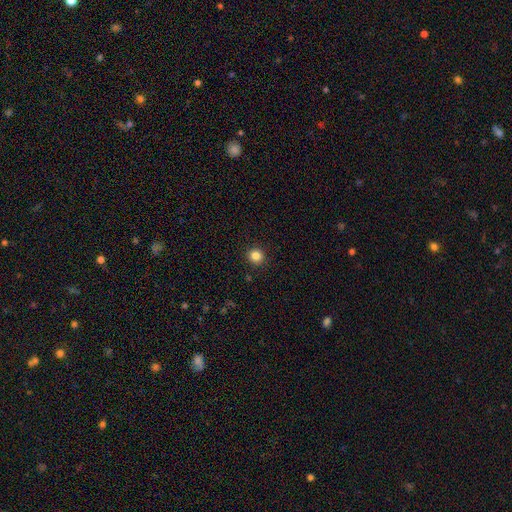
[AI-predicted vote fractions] Smooth or featured? smooth (84%)
How rounded? round (92%)
Merging? none (92%)